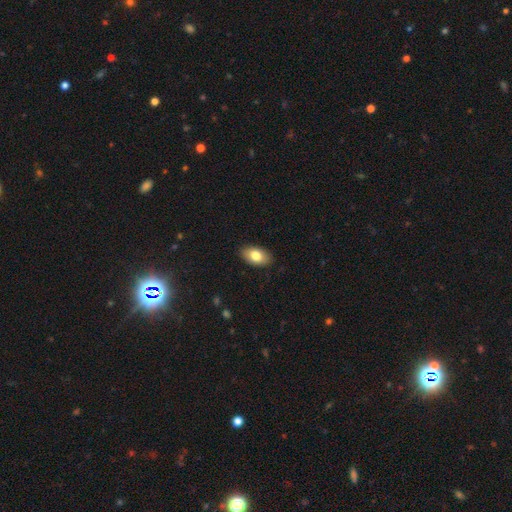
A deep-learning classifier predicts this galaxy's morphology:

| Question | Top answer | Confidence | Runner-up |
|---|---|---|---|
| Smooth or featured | smooth | 80% | featured or disk (13%) |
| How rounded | in between | 92% | round (6%) |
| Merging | none | 88% | minor disturbance (9%) |